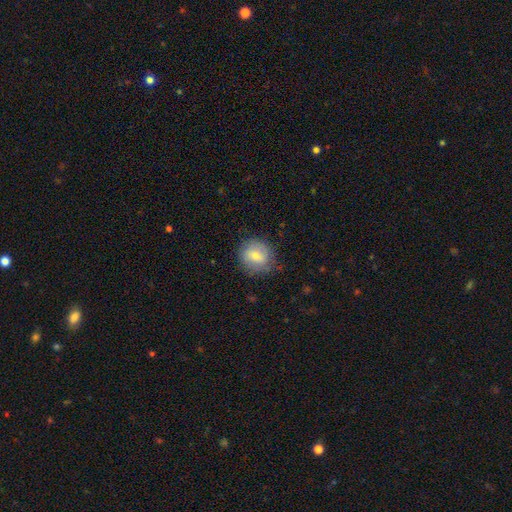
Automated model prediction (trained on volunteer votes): This appears to be a smooth galaxy with no disk features (69%) that is round (83%). Merging: none (76%).